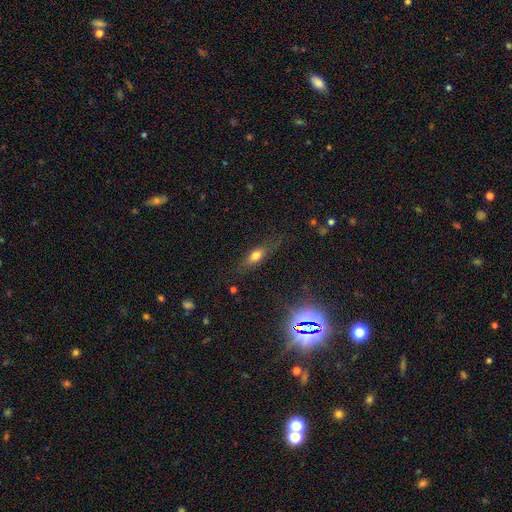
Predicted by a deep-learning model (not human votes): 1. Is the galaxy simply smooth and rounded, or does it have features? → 63% smooth, 22% featured or disk, 14% star or artifact.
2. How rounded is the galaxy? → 59% in between, 34% cigar-shaped, 7% round.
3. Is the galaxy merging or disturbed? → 73% none, 17% minor disturbance, 7% major disturbance, 2% merger.